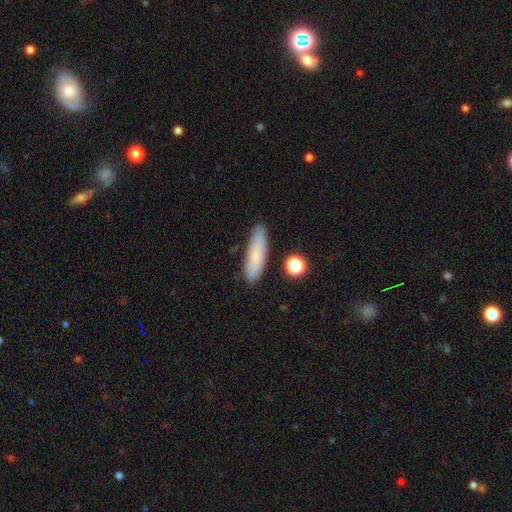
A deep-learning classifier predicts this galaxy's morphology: This appears to be a smooth galaxy with no disk features (77%) that is cigar-shaped (63%). Merging: none (81%).